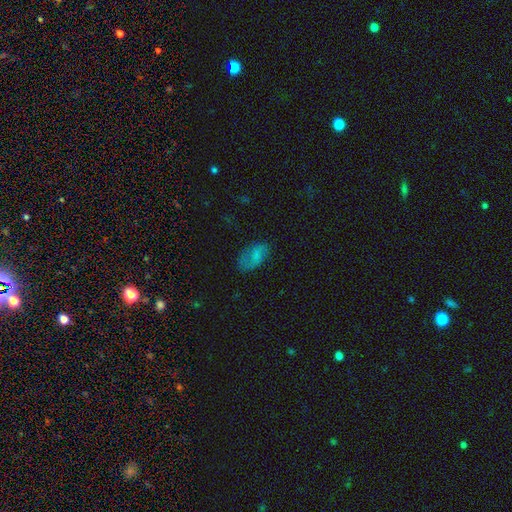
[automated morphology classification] Q: Smooth or featured?
A: smooth (63%); runner-up: featured or disk (26%)
Q: How rounded?
A: in between (93%); runner-up: round (5%)
Q: Merging?
A: none (69%); runner-up: minor disturbance (21%)